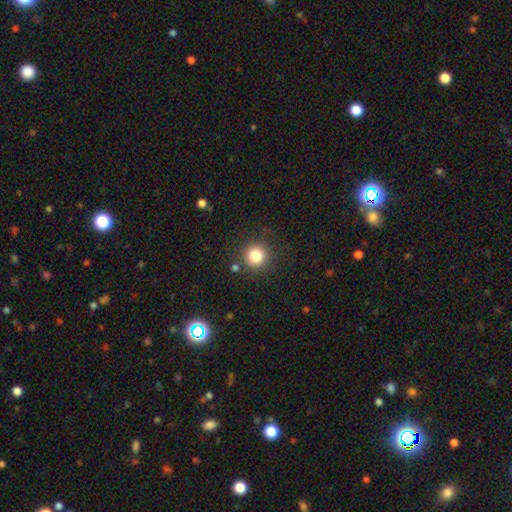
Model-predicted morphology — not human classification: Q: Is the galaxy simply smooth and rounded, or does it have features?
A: smooth — 81%.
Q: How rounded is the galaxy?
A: round — 95%.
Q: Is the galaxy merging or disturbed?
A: none — 88%.